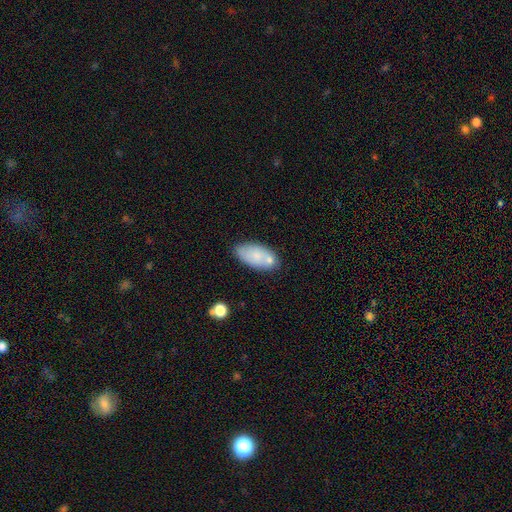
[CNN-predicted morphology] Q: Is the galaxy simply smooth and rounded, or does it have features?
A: smooth — 72%.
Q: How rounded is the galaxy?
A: in between — 92%.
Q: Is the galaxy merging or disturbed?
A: none — 65%.